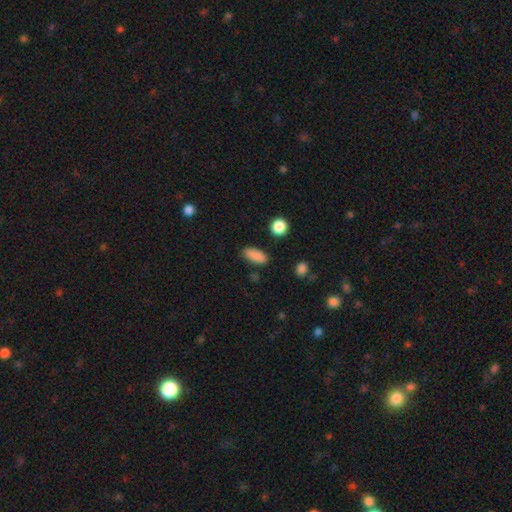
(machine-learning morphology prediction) This appears to be a smooth galaxy with no disk features (87%) that is in between round and cigar-shaped (80%). Merging: none (85%).